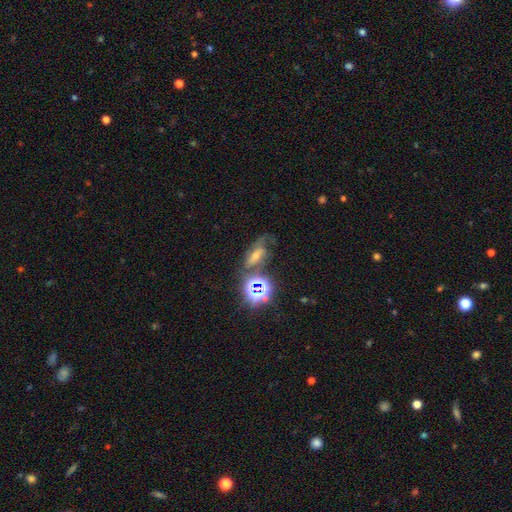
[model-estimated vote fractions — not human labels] The model was most divided on "smooth or featured": featured or disk: 44%, star or artifact: 36%, smooth: 20%. More confident: merging — none (52%).